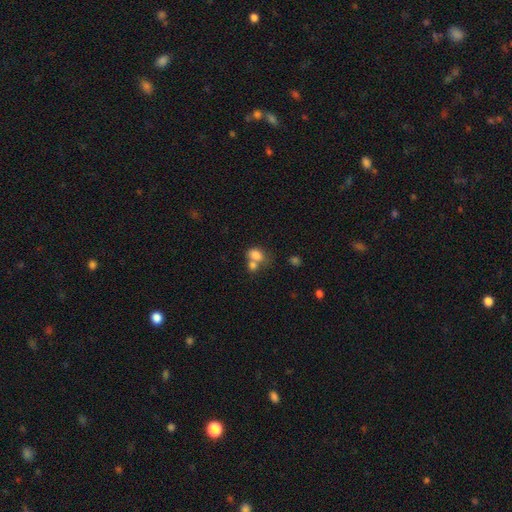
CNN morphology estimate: A smooth galaxy with no disk features (78%) that is in between round and cigar-shaped (70%). Merging: merger (53%).